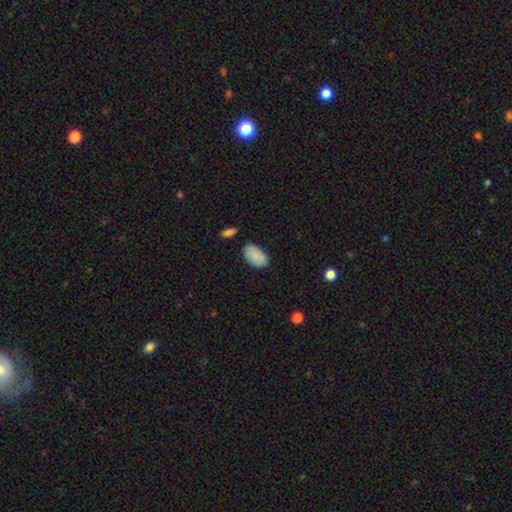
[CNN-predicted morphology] A smooth galaxy with no disk features (86%) that is in between round and cigar-shaped (94%).

Vote fractions:
- Smooth or featured? smooth: 86% / featured or disk: 7% / star or artifact: 7%
- How rounded? in between: 94% / round: 5% / cigar-shaped: 1%
- Merging? none: 76% / minor disturbance: 18% / major disturbance: 3% / merger: 3%